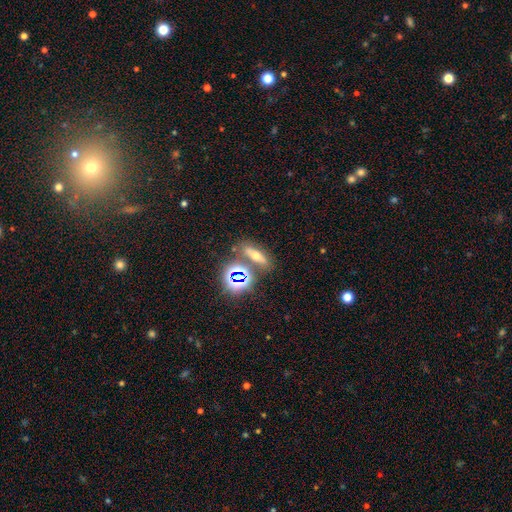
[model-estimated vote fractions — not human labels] This is marginally a smooth galaxy (41%). Merging: likely none (73%).